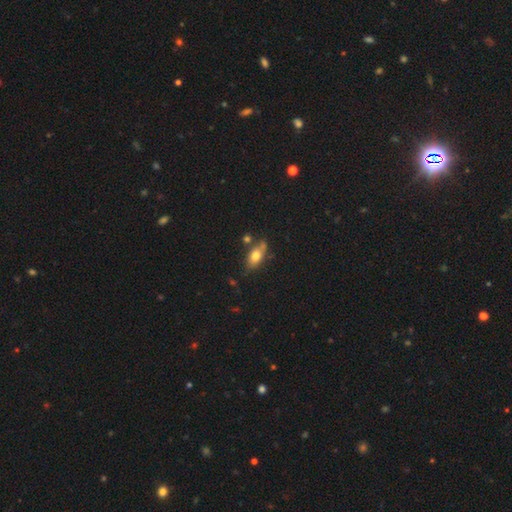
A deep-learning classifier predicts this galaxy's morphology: A smooth galaxy with no disk features (67%) that is in between round and cigar-shaped (82%).

Vote fractions:
- Smooth or featured? smooth: 67% / featured or disk: 24% / star or artifact: 8%
- How rounded? in between: 82% / cigar-shaped: 11% / round: 7%
- Merging? none: 63% / minor disturbance: 20% / merger: 12% / major disturbance: 5%